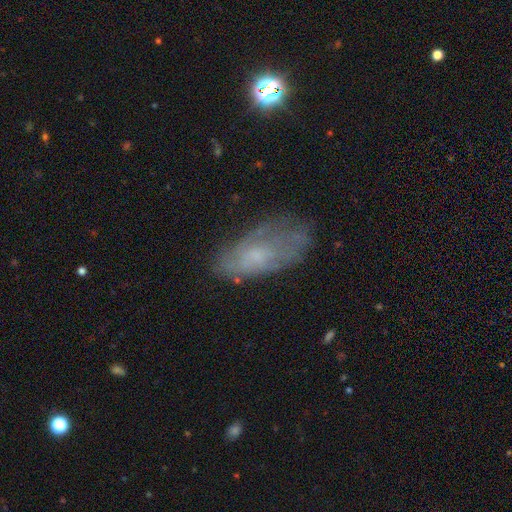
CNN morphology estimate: This is possibly a featured or disk galaxy (47%). Merging: possibly none (57%).